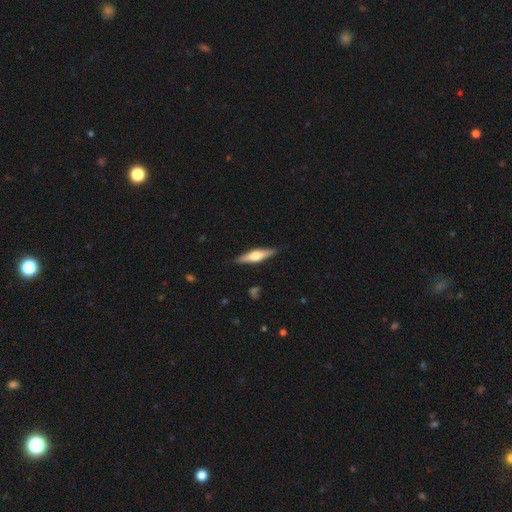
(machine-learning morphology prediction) The model was most divided on "smooth or featured": featured or disk: 60%, smooth: 35%, star or artifact: 5%. More confident: edge-on disk — yes (96%); edge-on bulge — rounded (92%); merging — none (89%).